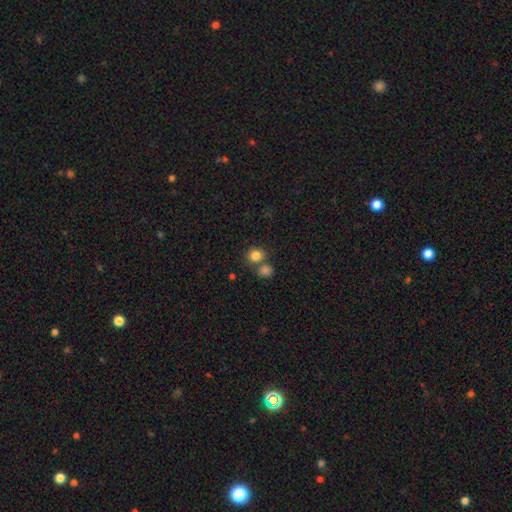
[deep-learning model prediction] A smooth galaxy with no disk features (83%) that is round (83%). Merging: none (62%).